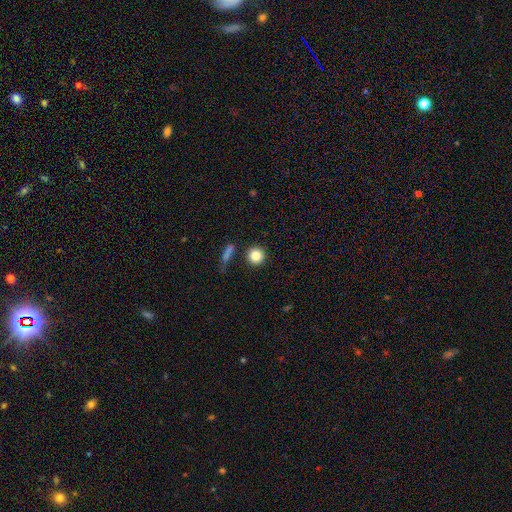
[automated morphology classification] Smooth or featured? smooth (85%)
How rounded? round (93%)
Merging? none (84%)